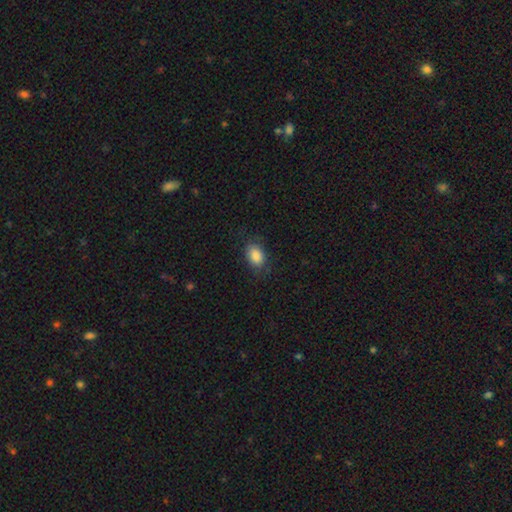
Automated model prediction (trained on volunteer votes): Morphology: type=smooth (87%); roundness=in between (83%); merging=none (77%).